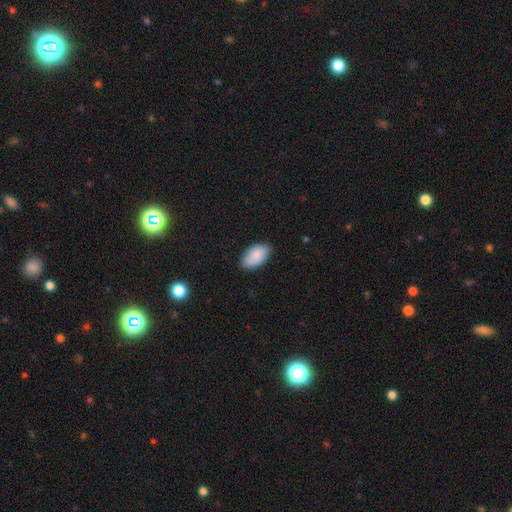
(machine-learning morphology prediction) A smooth galaxy with no disk features (88%) that is in between round and cigar-shaped (95%).

Vote fractions:
- Smooth or featured? smooth: 88% / star or artifact: 6% / featured or disk: 6%
- How rounded? in between: 95% / round: 3% / cigar-shaped: 2%
- Merging? none: 85% / minor disturbance: 12% / major disturbance: 2% / merger: 1%